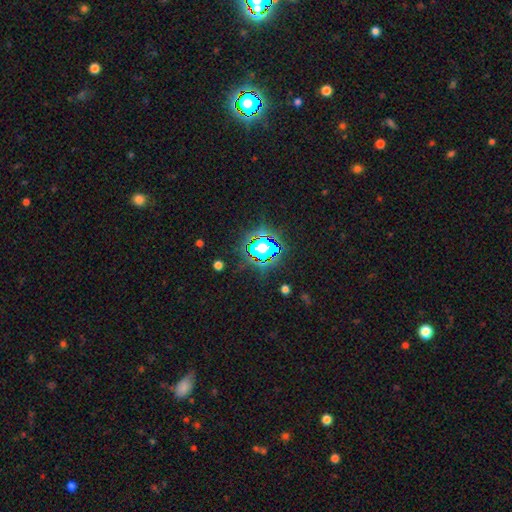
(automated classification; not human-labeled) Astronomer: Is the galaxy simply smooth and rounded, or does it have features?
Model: star or artifact — 78%.